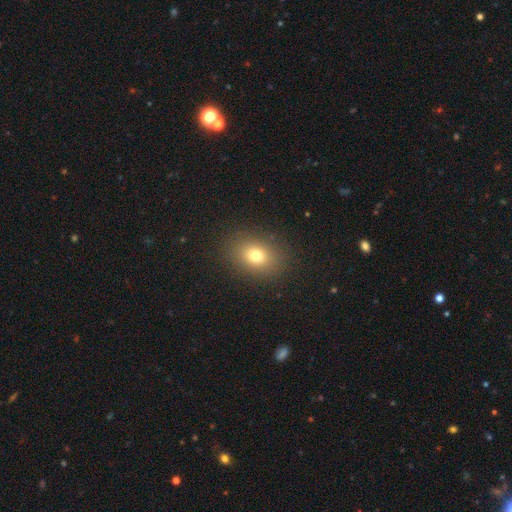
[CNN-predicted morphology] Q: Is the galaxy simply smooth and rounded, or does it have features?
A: smooth — 76%.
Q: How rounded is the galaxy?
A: in between — 64%.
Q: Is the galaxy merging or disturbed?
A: none — 87%.